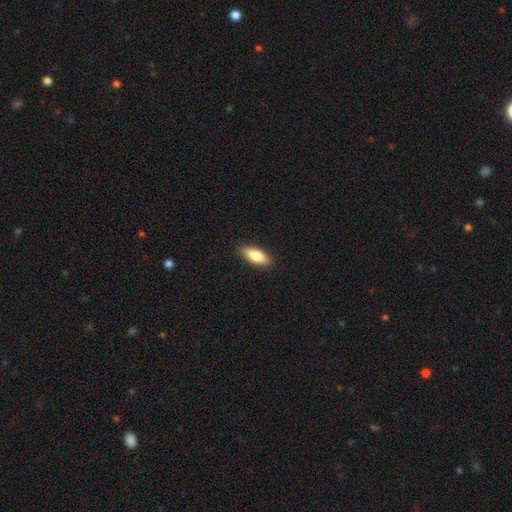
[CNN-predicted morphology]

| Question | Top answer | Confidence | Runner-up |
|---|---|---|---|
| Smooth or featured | smooth | 78% | featured or disk (16%) |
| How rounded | in between | 76% | cigar-shaped (22%) |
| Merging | none | 89% | minor disturbance (8%) |